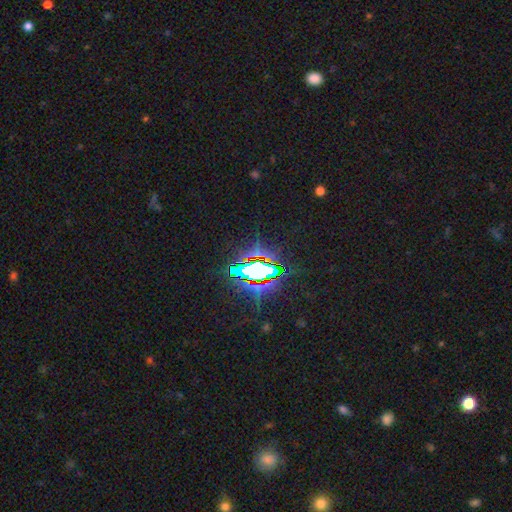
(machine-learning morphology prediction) Smooth or featured? star or artifact (84%)